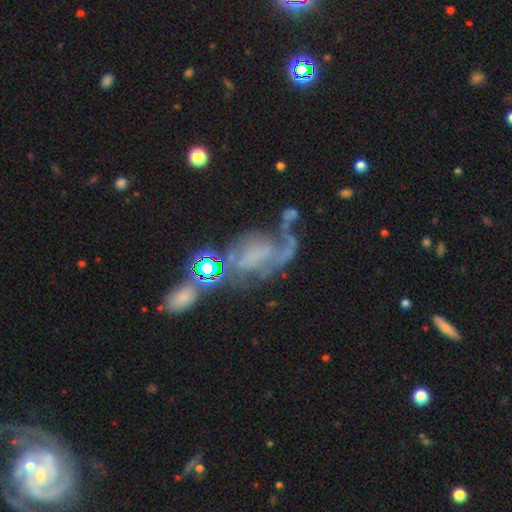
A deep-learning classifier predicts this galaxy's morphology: A featured or disk galaxy (63%) with no bar (67%), spiral arms (63%) and no central bulge (70%). Merging: major disturbance (38%).